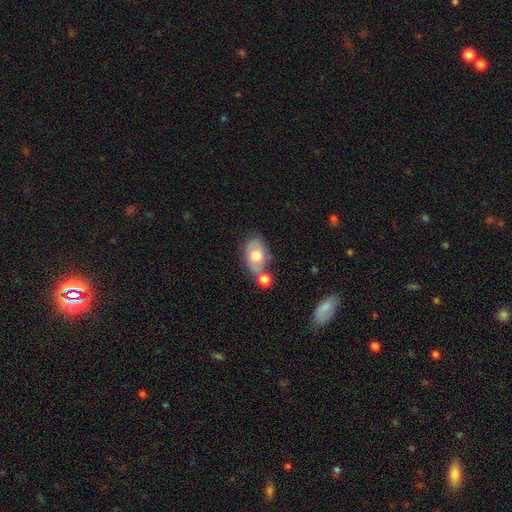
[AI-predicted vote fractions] Q: Smooth or featured?
A: smooth (53%); runner-up: featured or disk (40%)
Q: How rounded?
A: in between (83%); runner-up: round (15%)
Q: Merging?
A: none (42%); runner-up: merger (34%)